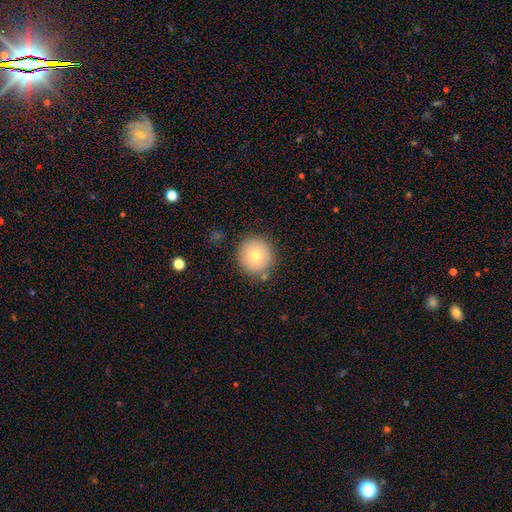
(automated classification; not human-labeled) Smooth or featured? Predicted: smooth (p=0.74). How rounded? Predicted: round (p=0.93). Merging? Predicted: none (p=0.84).